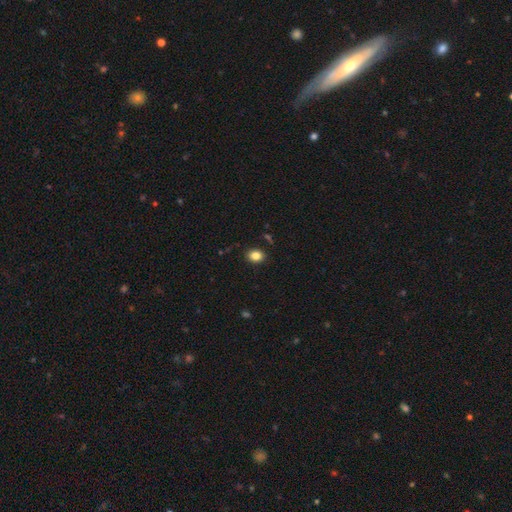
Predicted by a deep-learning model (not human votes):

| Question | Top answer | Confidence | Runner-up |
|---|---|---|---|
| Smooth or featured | smooth | 85% | star or artifact (10%) |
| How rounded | in between | 59% | round (40%) |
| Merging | none | 87% | minor disturbance (9%) |